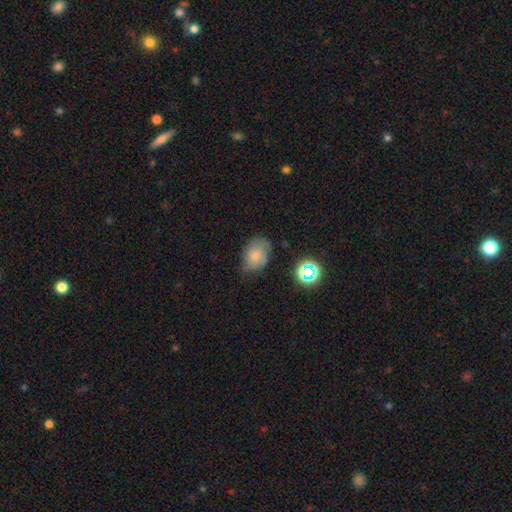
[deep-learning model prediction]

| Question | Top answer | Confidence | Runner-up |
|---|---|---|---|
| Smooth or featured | smooth | 67% | featured or disk (20%) |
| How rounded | in between | 68% | round (31%) |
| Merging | none | 51% | minor disturbance (36%) |